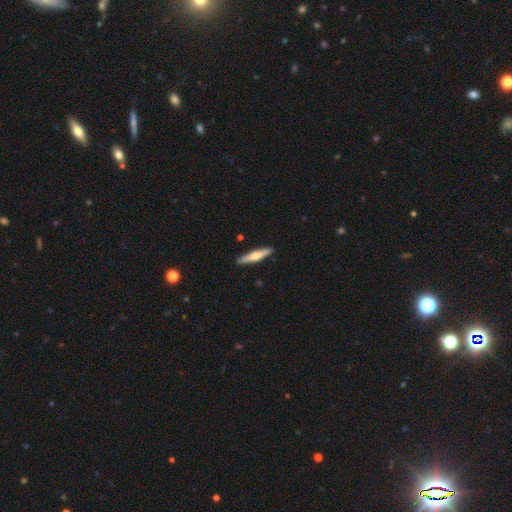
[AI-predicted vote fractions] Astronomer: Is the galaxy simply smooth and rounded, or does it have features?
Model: smooth — 56% (runner-up: featured or disk, 39%).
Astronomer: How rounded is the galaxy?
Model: cigar-shaped — 87%.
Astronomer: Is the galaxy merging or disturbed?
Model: none — 90%.